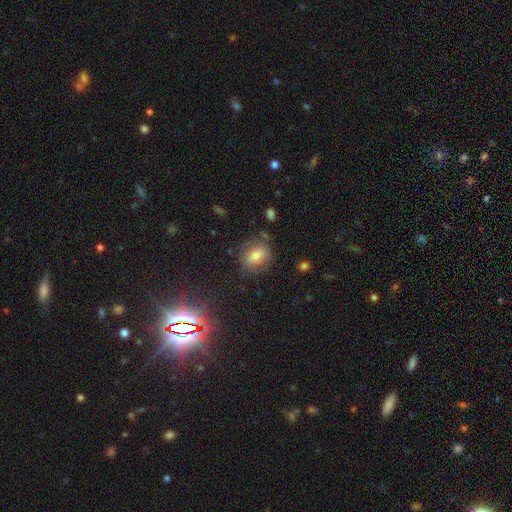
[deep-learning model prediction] A smooth galaxy with no disk features (69%) that is round (53%). Merging: none (72%).